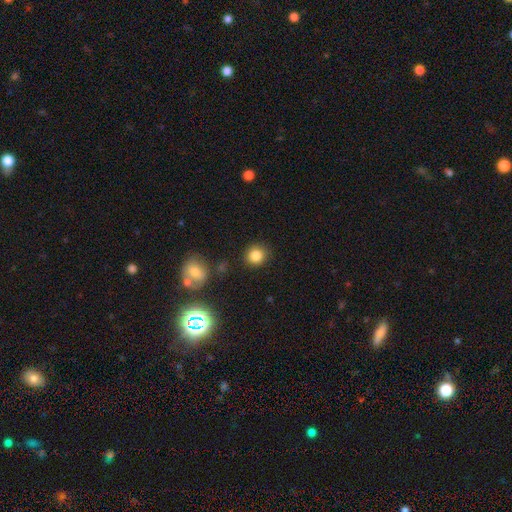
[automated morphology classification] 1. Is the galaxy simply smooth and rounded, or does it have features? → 83% smooth, 11% star or artifact, 5% featured or disk.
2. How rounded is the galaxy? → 87% round, 12% in between, 1% cigar-shaped.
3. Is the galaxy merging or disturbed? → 87% none, 8% minor disturbance, 3% merger, 3% major disturbance.